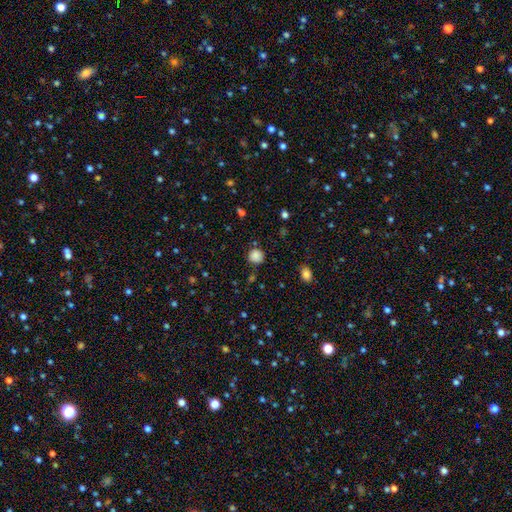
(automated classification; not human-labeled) Overall: smooth (84%). How rounded: round (91%). Merging: none (84%).